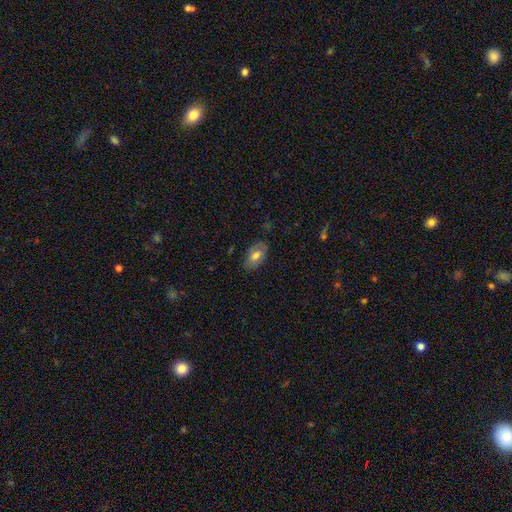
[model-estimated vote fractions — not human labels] Smooth or featured? smooth (70%)
How rounded? in between (93%)
Merging? none (80%)